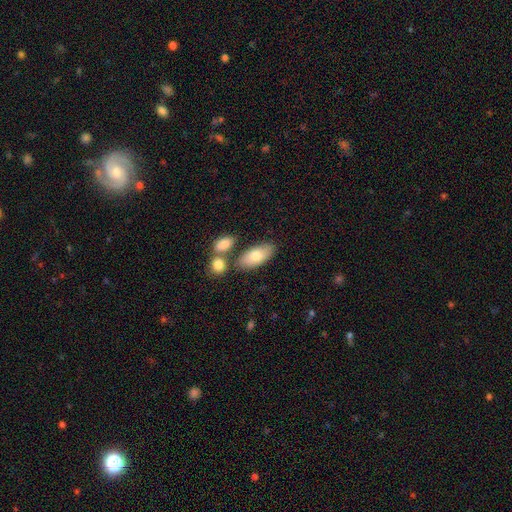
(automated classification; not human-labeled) Smooth or featured?
  - smooth: 76% *
  - featured or disk: 17%
  - star or artifact: 6%
How rounded?
  - in between: 89% *
  - cigar-shaped: 8%
  - round: 3%
Merging?
  - none: 67% *
  - merger: 18%
  - minor disturbance: 12%
  - major disturbance: 3%